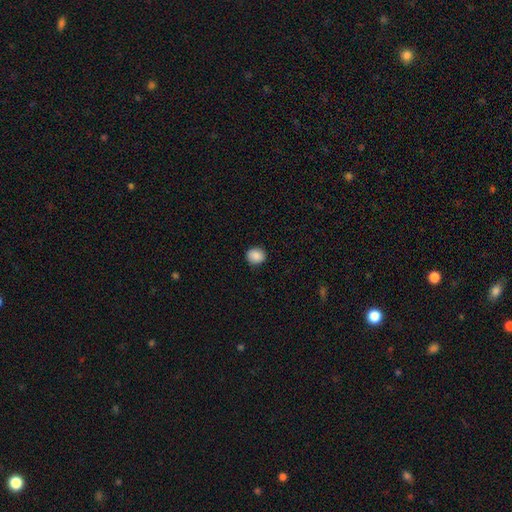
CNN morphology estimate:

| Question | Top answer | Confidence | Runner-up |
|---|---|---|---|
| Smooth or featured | smooth | 87% | star or artifact (8%) |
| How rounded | round | 79% | in between (20%) |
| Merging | none | 90% | minor disturbance (7%) |